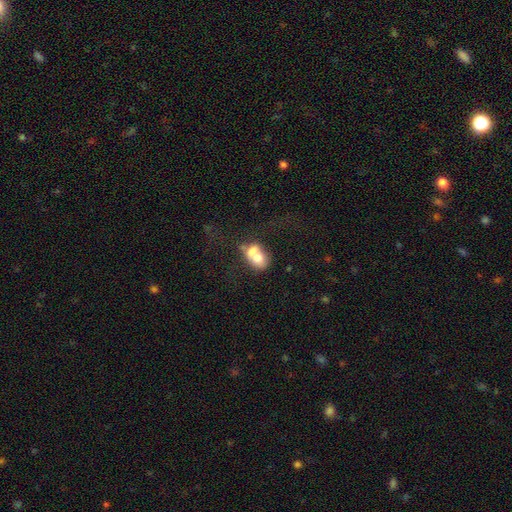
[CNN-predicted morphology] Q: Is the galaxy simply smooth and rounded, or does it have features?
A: smooth — 62%.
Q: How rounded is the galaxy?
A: in between — 59%.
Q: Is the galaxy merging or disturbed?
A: merger — 63%.